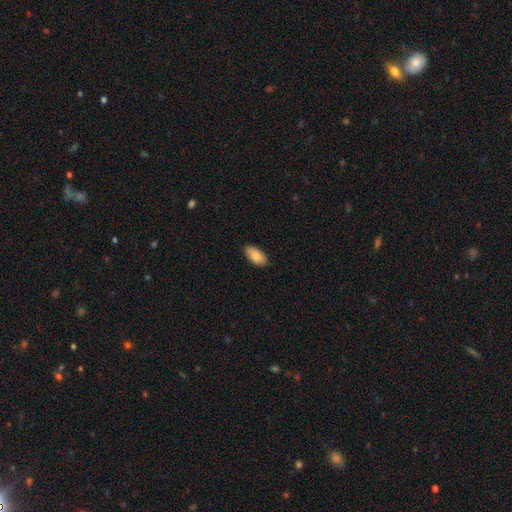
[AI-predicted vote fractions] smooth 86%, featured or disk 7%, star or artifact 7%. Down the decision tree: how rounded — in between (94%); merging — none (86%).